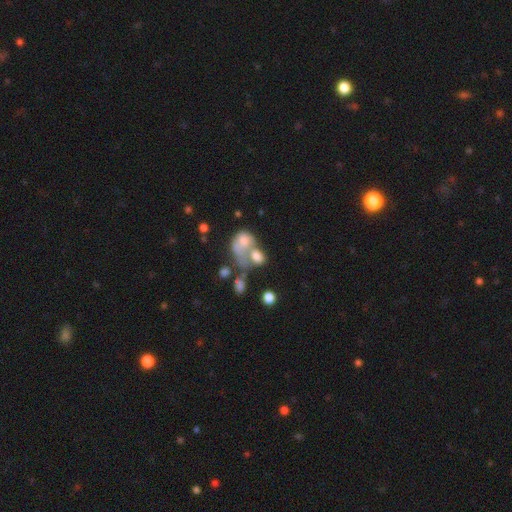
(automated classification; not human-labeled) Smooth or featured? Predicted: featured or disk (p=0.37). Merging? Predicted: merger (p=0.41).